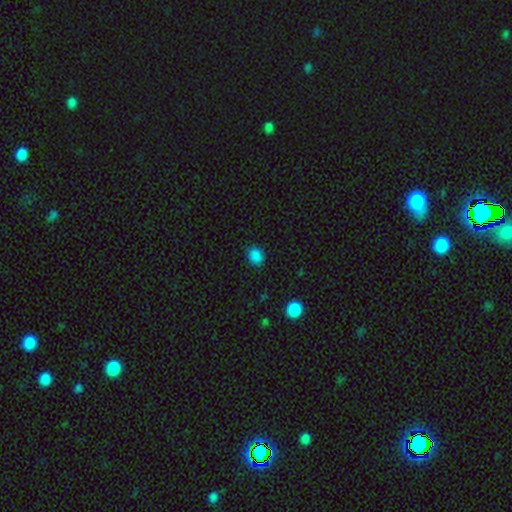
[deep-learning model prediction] Smooth or featured: smooth — 85% (star or artifact — 12%)
How rounded: round — 57% (in between — 42%)
Merging: none — 87% (minor disturbance — 9%)